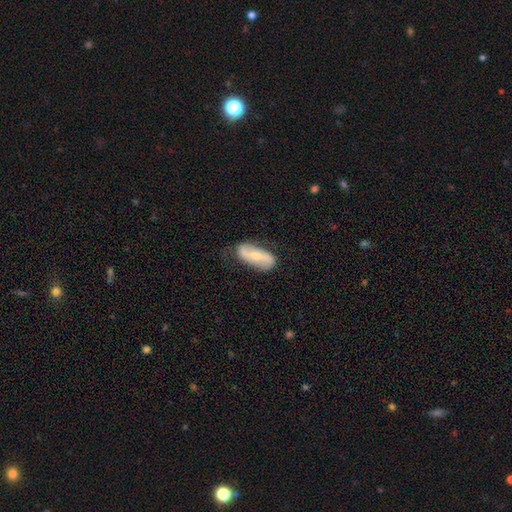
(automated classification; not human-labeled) Overall: featured or disk (62%; smooth 33%). Edge-on disk: no (90%). Bar: strong (35%, tied with no). Spiral arms: yes (85%). Bulge size: small (55%; moderate 38%). Merging: none (74%).